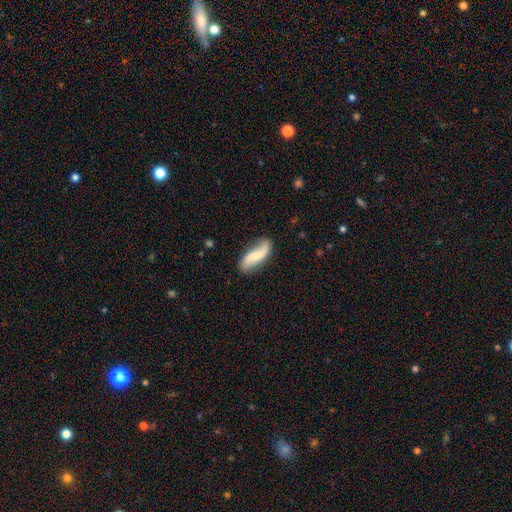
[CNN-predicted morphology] Smooth or featured? featured or disk (64%)
Edge-on disk? no (92%)
Bar? no (43%)
Spiral arms? yes (93%)
Spiral winding? loose (85%)
Spiral arm count? 2 (90%)
Bulge size? small (48%)
Merging? none (76%)